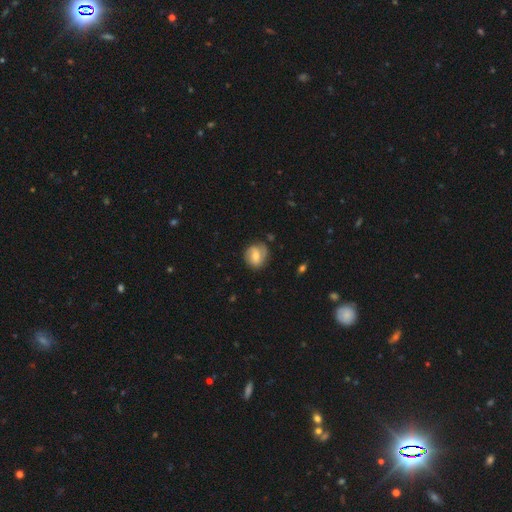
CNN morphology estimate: This appears to be a featured or disk galaxy (53%) with a weak bar (47%), spiral arms (84%) and a moderate central bulge (61%). Merging: none (73%).